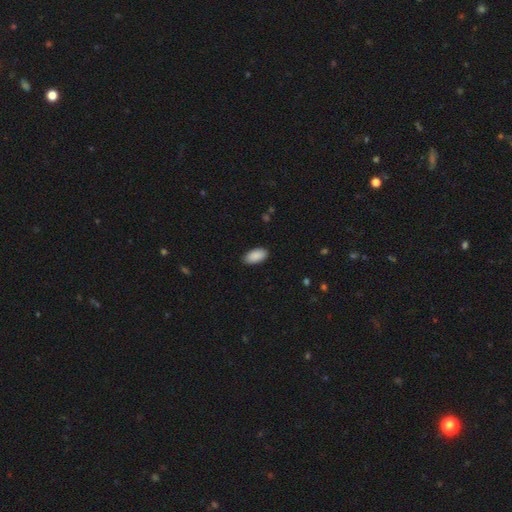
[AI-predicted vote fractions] smooth_or_featured: smooth (p=0.91) [alt: star or artifact p=0.06]
how_rounded: in between (p=0.95) [alt: cigar-shaped p=0.03]
merging: none (p=0.89) [alt: minor disturbance p=0.08]